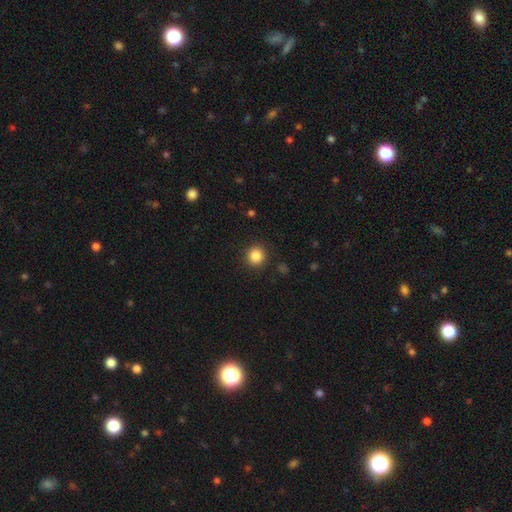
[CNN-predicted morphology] A smooth galaxy with no disk features (86%) that is round (93%). Merging: none (91%).